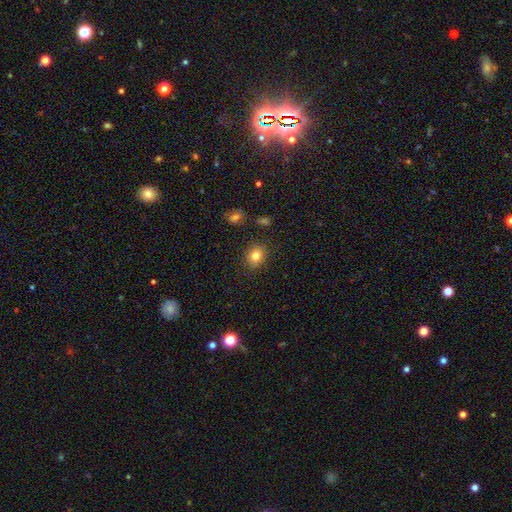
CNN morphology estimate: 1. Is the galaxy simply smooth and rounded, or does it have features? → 81% smooth, 12% star or artifact, 8% featured or disk.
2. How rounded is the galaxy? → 61% round, 38% in between, 1% cigar-shaped.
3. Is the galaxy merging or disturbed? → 85% none, 10% minor disturbance, 3% major disturbance, 2% merger.